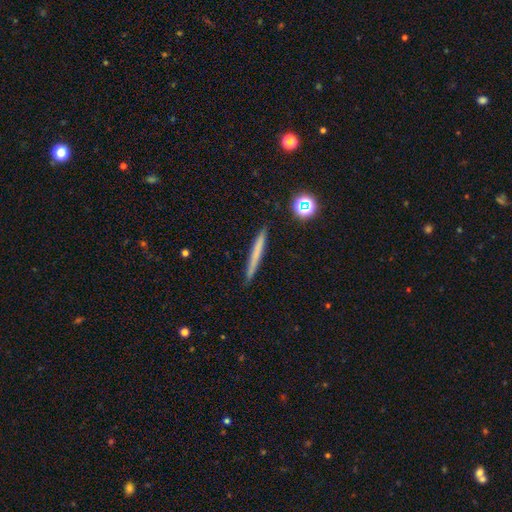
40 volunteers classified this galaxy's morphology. Smooth or featured: smooth — 65% (featured or disk — 28%)
How rounded: cigar-shaped — 100%
Merging: none — 97% (major disturbance — 3%)